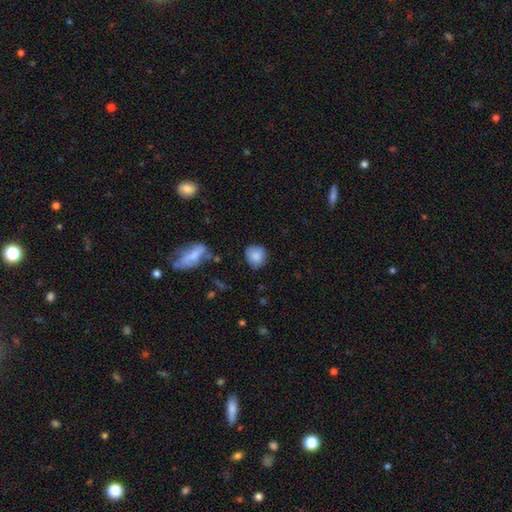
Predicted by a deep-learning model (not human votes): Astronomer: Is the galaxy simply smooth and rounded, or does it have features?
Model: smooth — 85%.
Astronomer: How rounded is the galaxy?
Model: round — 76%.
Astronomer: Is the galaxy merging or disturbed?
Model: none — 76%.